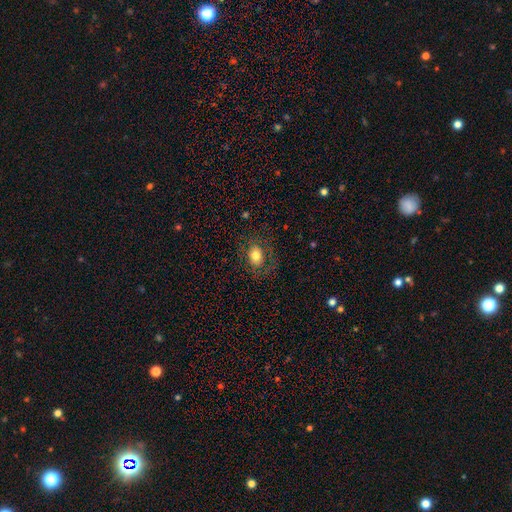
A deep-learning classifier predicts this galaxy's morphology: Overall: smooth (74%). How rounded: in between (54%; round 44%). Merging: none (76%).